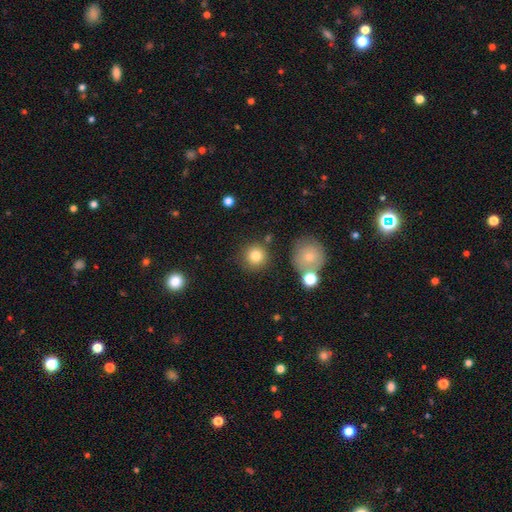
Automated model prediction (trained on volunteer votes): Smooth or featured? smooth (81%)
How rounded? round (94%)
Merging? none (83%)